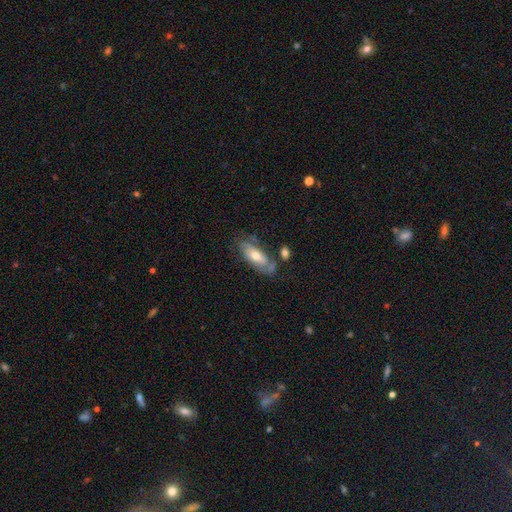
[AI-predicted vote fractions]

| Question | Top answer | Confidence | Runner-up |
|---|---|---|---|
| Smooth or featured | smooth | 48% | featured or disk (45%) |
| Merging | none | 61% | minor disturbance (22%) |